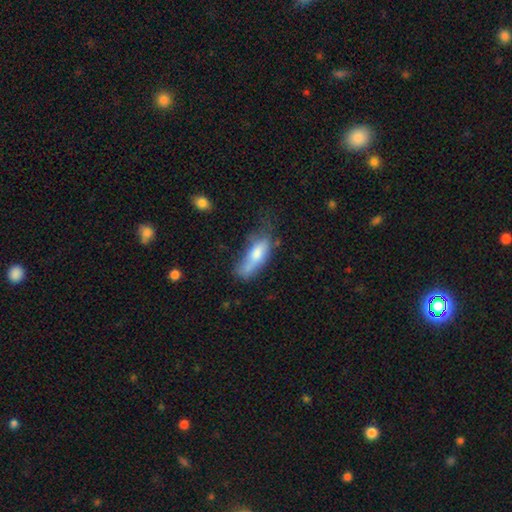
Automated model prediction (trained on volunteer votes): Smooth or featured: smooth — 68% (featured or disk — 24%)
How rounded: in between — 64% (cigar-shaped — 33%)
Merging: none — 34% (minor disturbance — 31%)